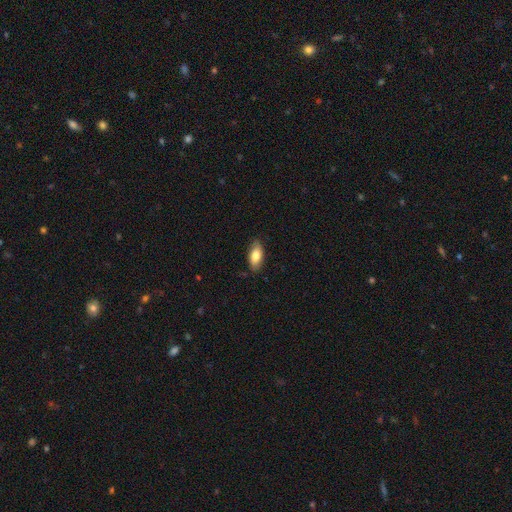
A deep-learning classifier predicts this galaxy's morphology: Q: Smooth or featured?
A: smooth (81%); runner-up: featured or disk (13%)
Q: How rounded?
A: in between (88%); runner-up: cigar-shaped (10%)
Q: Merging?
A: none (85%); runner-up: minor disturbance (12%)